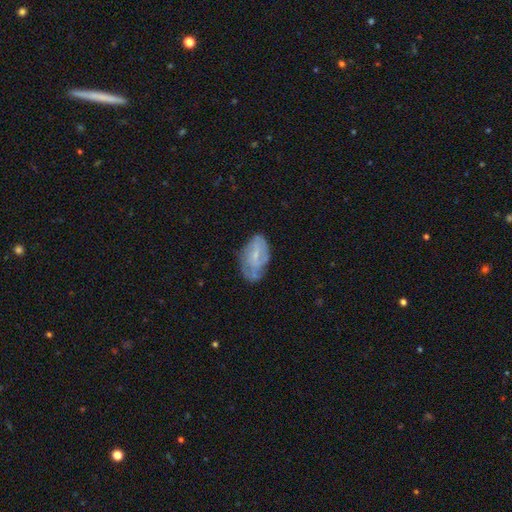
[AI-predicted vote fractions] This is possibly a featured or disk galaxy (57%). It is clearly not viewed edge-on (95%). Bar: possibly no (48%). Spiral arm pattern: likely yes (65%). Central bulge: likely small (63%). Merging: possibly none (53%).